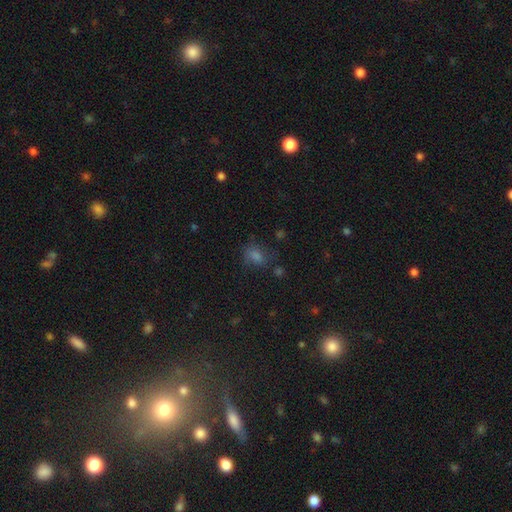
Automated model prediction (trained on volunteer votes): Smooth or featured? smooth (57%)
How rounded? in between (58%)
Merging? none (67%)